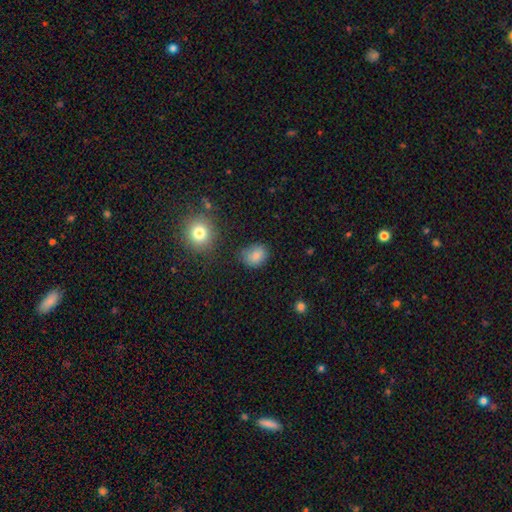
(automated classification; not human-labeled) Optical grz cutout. It shows a smooth galaxy with no disk features (82%) that is round (57%). Merging: none (73%).